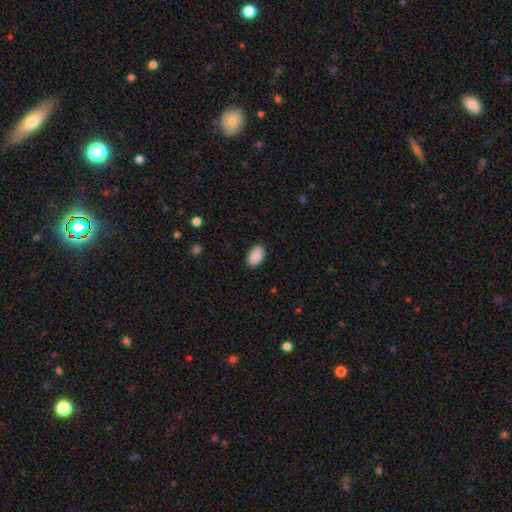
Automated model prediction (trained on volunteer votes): Smooth or featured: smooth — 91% (star or artifact — 6%)
How rounded: in between — 94% (round — 5%)
Merging: none — 88% (minor disturbance — 9%)